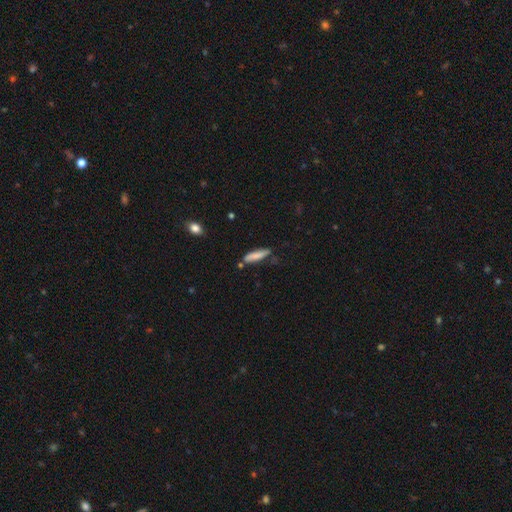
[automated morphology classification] The model was most divided on "merging": none: 69%, minor disturbance: 20%, merger: 6%, major disturbance: 4%. More confident: how rounded — cigar-shaped (79%); smooth or featured — smooth (77%).